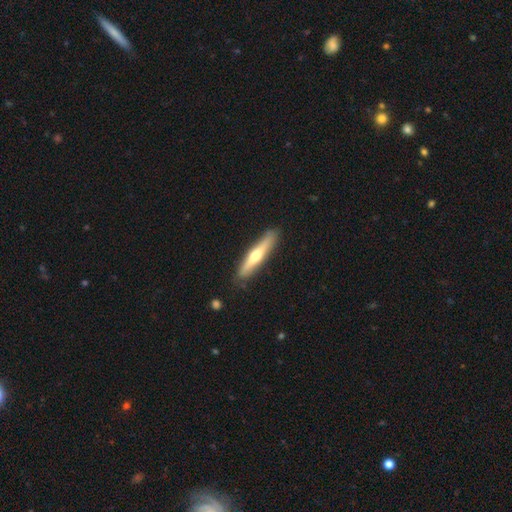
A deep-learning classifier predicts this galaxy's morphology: This is possibly a featured or disk galaxy (52%). It is clearly viewed edge-on (92%). Merging: clearly none (87%).